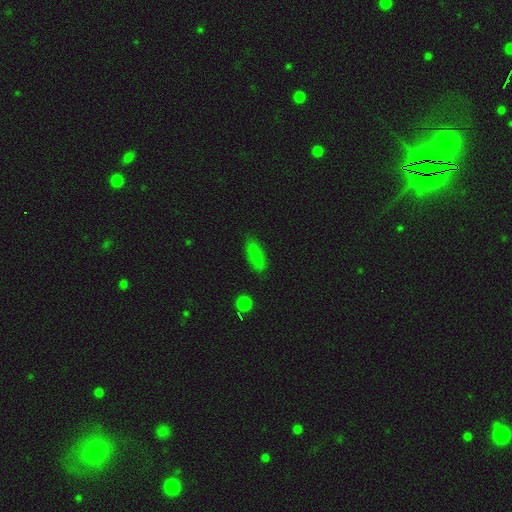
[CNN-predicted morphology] The model was most divided on "how rounded": in between: 61%, cigar-shaped: 36%, round: 3%. More confident: merging — none (83%); smooth or featured — smooth (83%).